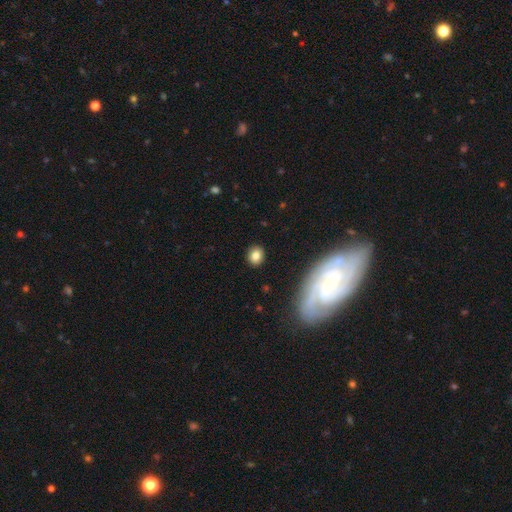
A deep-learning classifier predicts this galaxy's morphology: Smooth or featured: smooth — 80% (star or artifact — 10%)
How rounded: round — 69% (in between — 30%)
Merging: none — 89% (minor disturbance — 7%)